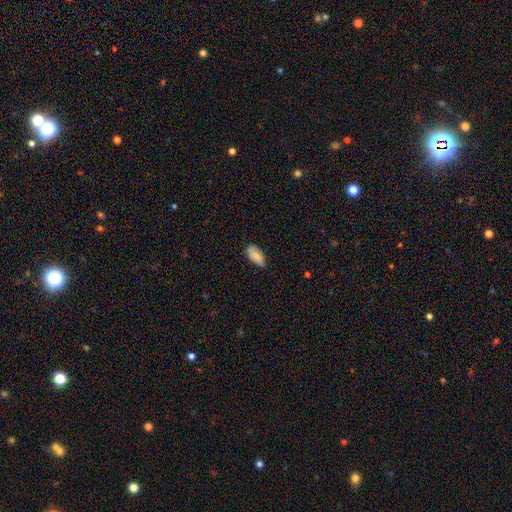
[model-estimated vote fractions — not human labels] Smooth or featured: smooth — 87% (star or artifact — 7%)
How rounded: in between — 93% (cigar-shaped — 5%)
Merging: none — 71% (minor disturbance — 24%)